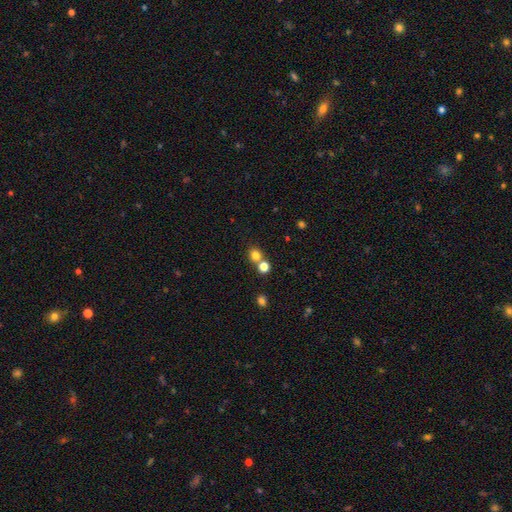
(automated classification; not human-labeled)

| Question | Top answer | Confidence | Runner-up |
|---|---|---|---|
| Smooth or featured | smooth | 77% | star or artifact (16%) |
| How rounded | round | 80% | in between (19%) |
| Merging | none | 57% | merger (32%) |